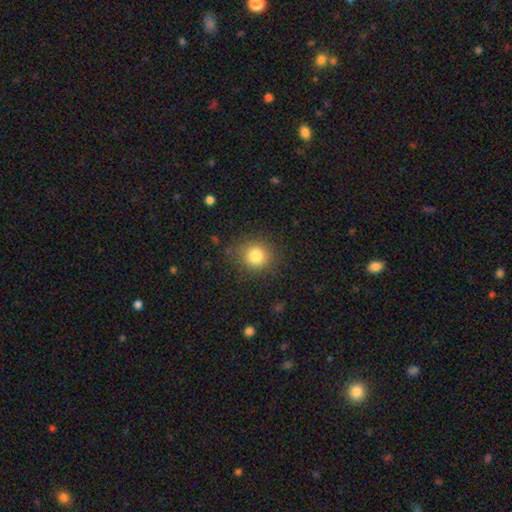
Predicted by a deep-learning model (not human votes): Smooth or featured? smooth (82%)
How rounded? round (86%)
Merging? none (85%)